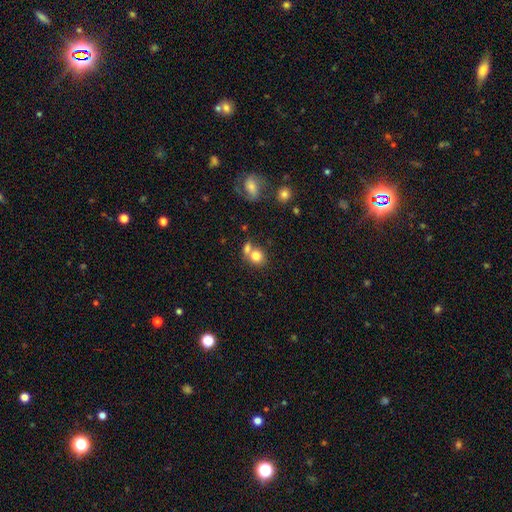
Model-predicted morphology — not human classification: Smooth or featured?
  - smooth: 79% *
  - featured or disk: 11%
  - star or artifact: 10%
How rounded?
  - round: 74% *
  - in between: 25%
  - cigar-shaped: 1%
Merging?
  - none: 46% *
  - merger: 40%
  - minor disturbance: 10%
  - major disturbance: 4%